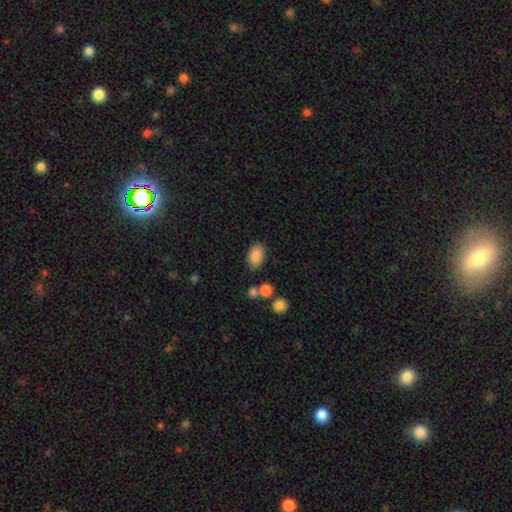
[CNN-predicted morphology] smooth 87%, star or artifact 8%, featured or disk 5%. Down the decision tree: how rounded — in between (91%); merging — none (80%).